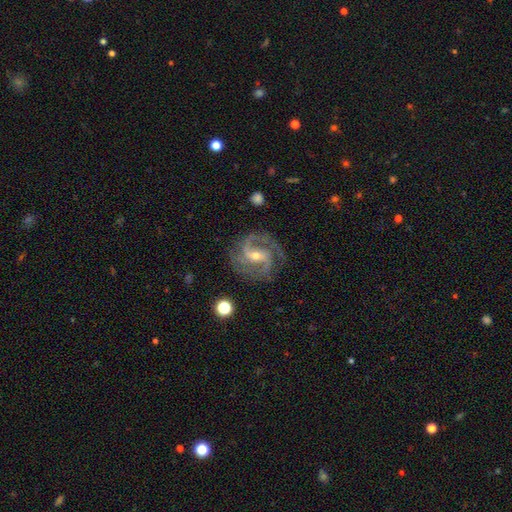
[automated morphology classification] This appears to be a featured or disk galaxy (92%) with a weak bar (43%), 2 (55%) medium (55%) spiral arms (98%) and a small central bulge (52%). Merging: none (78%).